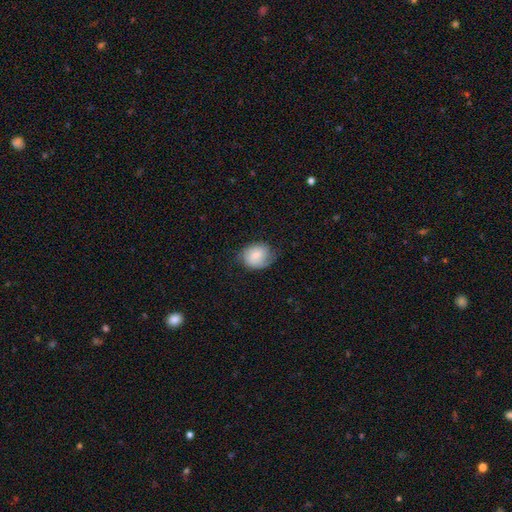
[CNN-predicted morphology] This appears to be a smooth galaxy with no disk features (62%) that is round (54%). Merging: none (61%).